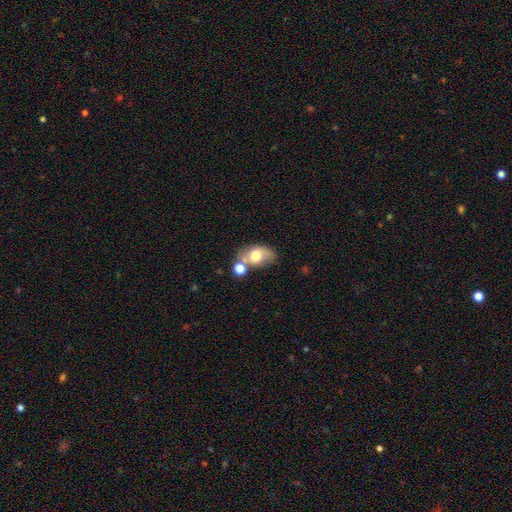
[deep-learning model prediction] smooth_or_featured: smooth (p=0.62) [alt: featured or disk p=0.28]
how_rounded: in between (p=0.80) [alt: round p=0.19]
merging: none (p=0.45) [alt: merger p=0.27]